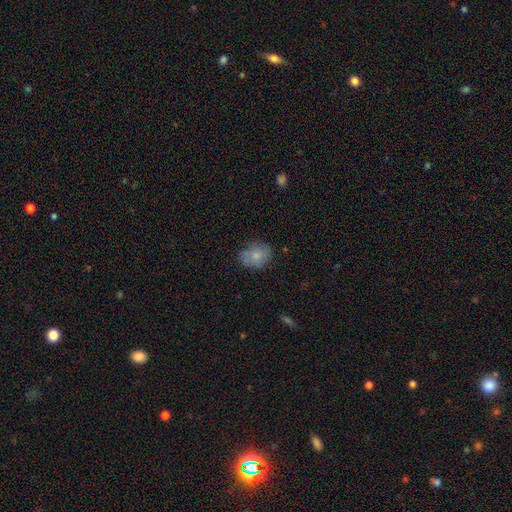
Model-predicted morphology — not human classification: smooth-or-featured: smooth: 79% | featured or disk: 13% | star or artifact: 8%
  how-rounded: in between: 54% | round: 45% | cigar-shaped: 1%
  merging: none: 73% | minor disturbance: 20% | major disturbance: 5% | merger: 2%